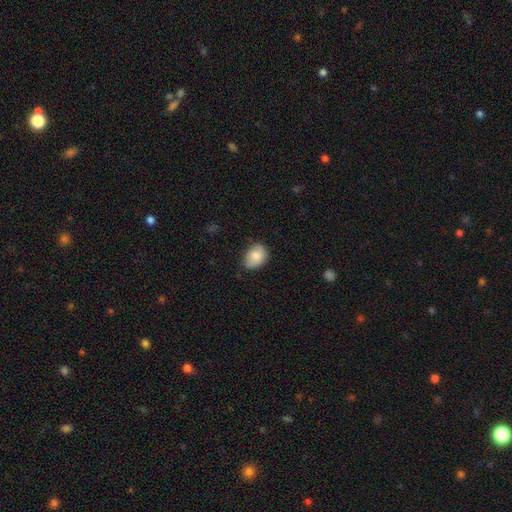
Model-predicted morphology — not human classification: This is clearly a smooth galaxy (83%). How rounded: likely in between (70%). Merging: likely none (71%).